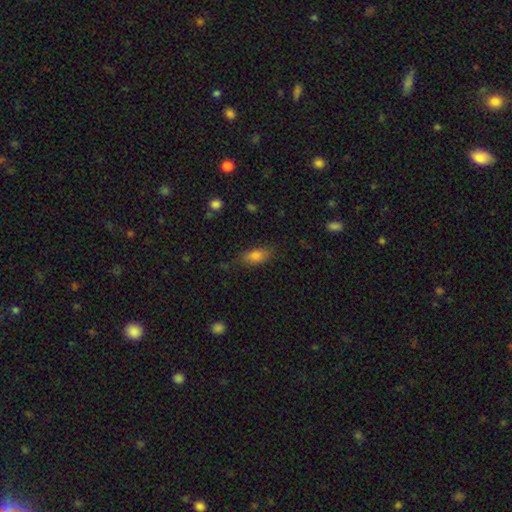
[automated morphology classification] type=smooth (81%); roundness=in between (86%); merging=none (77%).